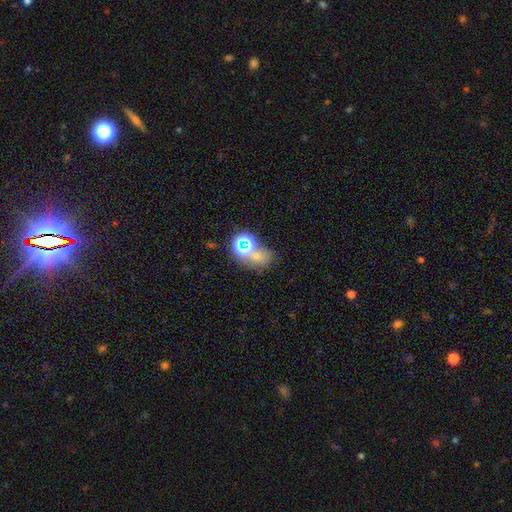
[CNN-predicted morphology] smooth-or-featured: star or artifact: 50% | smooth: 35% | featured or disk: 15%